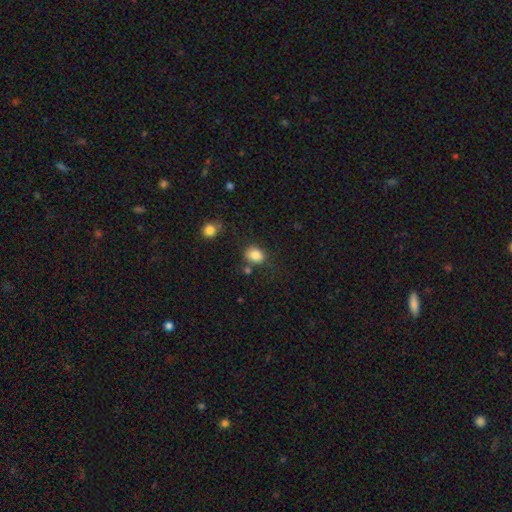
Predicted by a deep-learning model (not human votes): Overall: smooth (85%). How rounded: round (55%; in between 44%). Merging: none (70%).